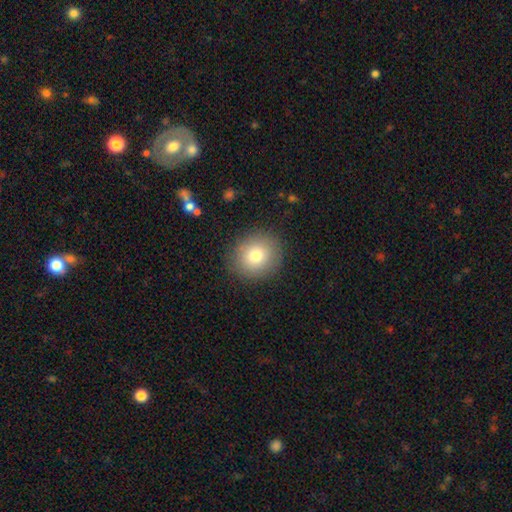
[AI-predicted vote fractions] This is likely a smooth galaxy (79%). How rounded: clearly round (85%). Merging: clearly none (89%).